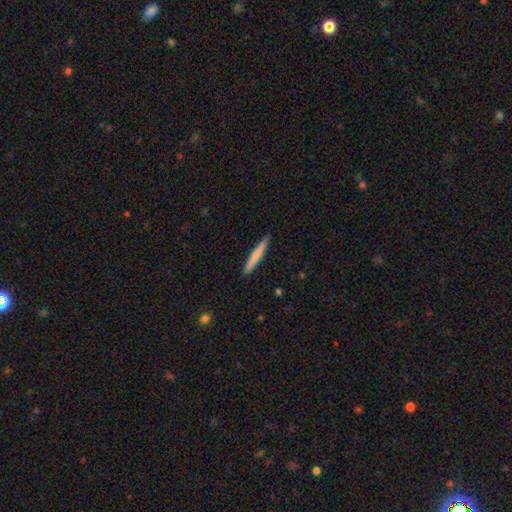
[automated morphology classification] A smooth galaxy with no disk features (69%) that is cigar-shaped (96%).

Vote fractions:
- Smooth or featured? smooth: 69% / featured or disk: 26% / star or artifact: 5%
- How rounded? cigar-shaped: 96% / in between: 3% / round: 1%
- Merging? none: 91% / minor disturbance: 7% / major disturbance: 1% / merger: 1%